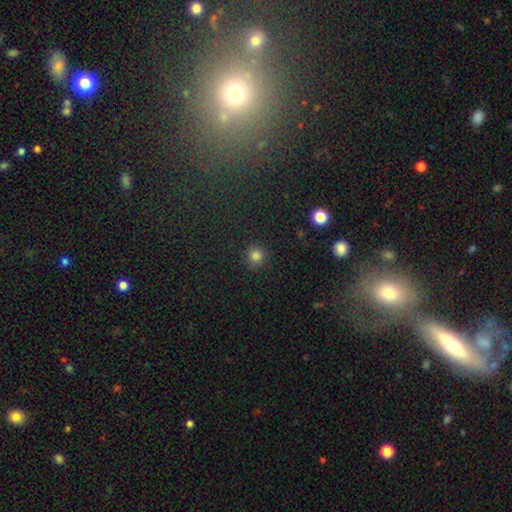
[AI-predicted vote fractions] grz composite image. It shows a smooth galaxy with no disk features (83%) that is round (91%). Merging: none (89%).